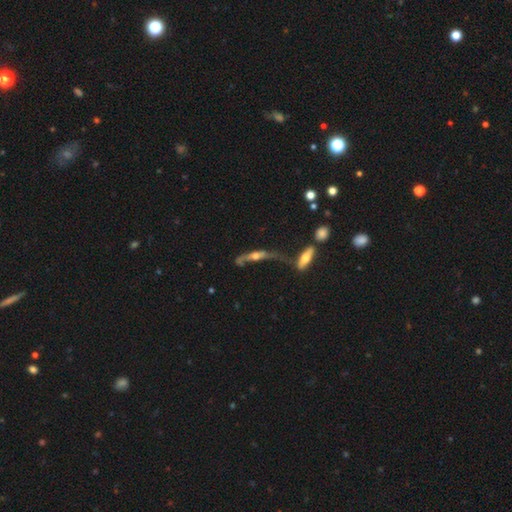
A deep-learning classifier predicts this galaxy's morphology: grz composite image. It shows a featured or disk galaxy (66%) viewed edge-on (70%). Merging: merger (29%).